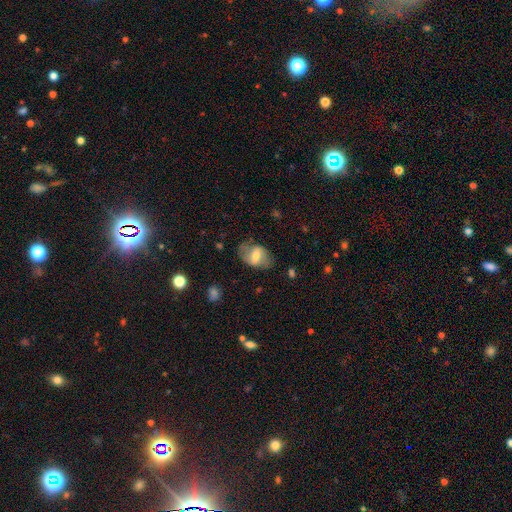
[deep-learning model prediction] Smooth or featured? smooth (47%)
Merging? none (69%)